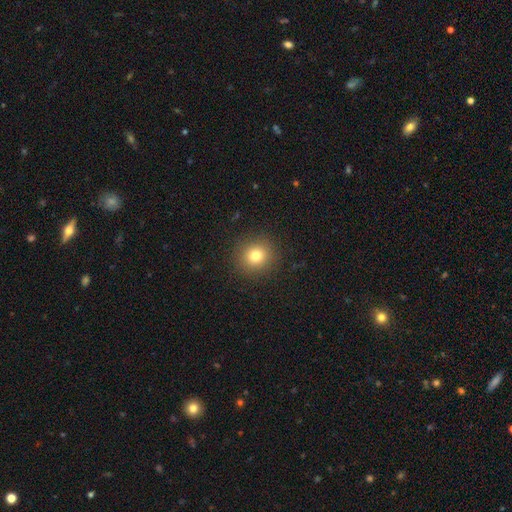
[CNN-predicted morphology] type=smooth (78%); roundness=round (89%); merging=none (90%).